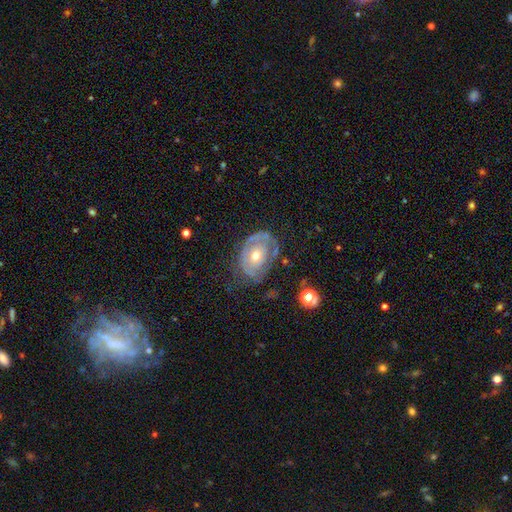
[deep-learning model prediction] A featured or disk galaxy (73%) with no bar (83%), spiral arms (62%) and a moderate central bulge (57%). Merging: none (57%).